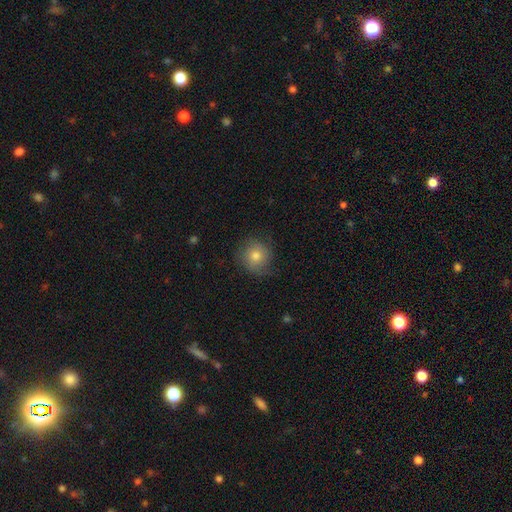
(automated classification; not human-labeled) smooth-or-featured: smooth: 63% | featured or disk: 26% | star or artifact: 11%
  how-rounded: round: 89% | in between: 10% | cigar-shaped: 1%
  merging: none: 73% | minor disturbance: 19% | major disturbance: 7% | merger: 1%